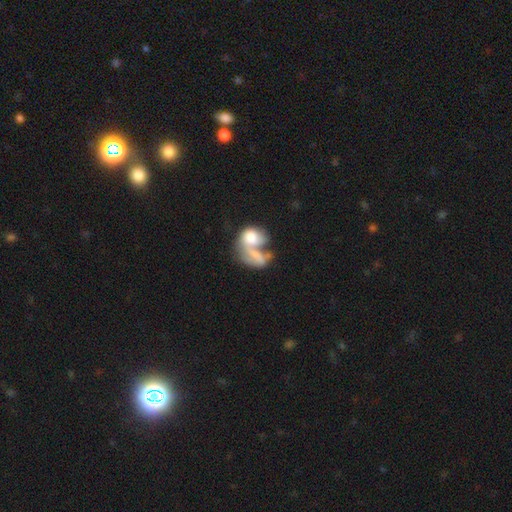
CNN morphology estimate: This is possibly a smooth galaxy (52%). How rounded: likely in between (66%). Merging: possibly merger (59%).